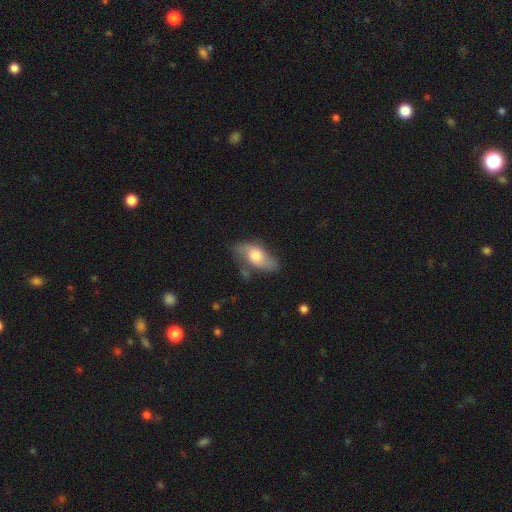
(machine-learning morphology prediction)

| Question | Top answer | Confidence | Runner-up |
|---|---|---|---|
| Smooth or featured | smooth | 51% | featured or disk (42%) |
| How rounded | in between | 82% | cigar-shaped (13%) |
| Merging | none | 59% | minor disturbance (27%) |